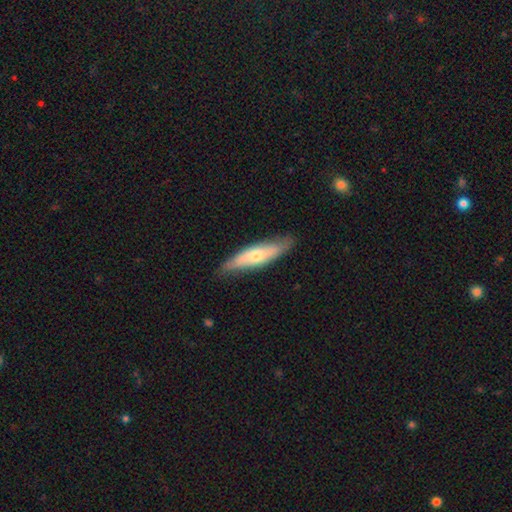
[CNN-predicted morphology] This appears to be a smooth galaxy with no disk features (53%) that is cigar-shaped (67%). Merging: none (81%).